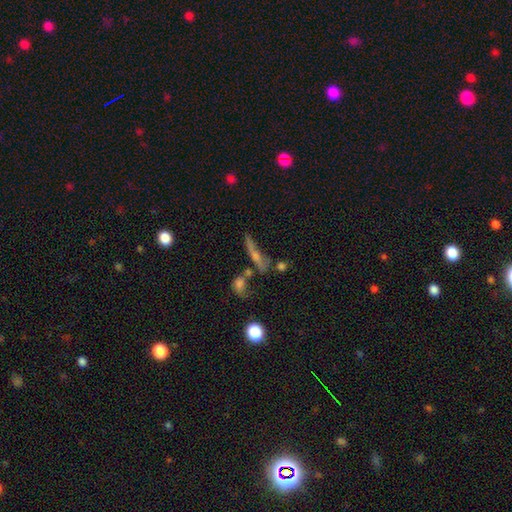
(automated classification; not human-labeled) Overall: featured or disk (47%; smooth 37%). Merging: none (51%; merger 19%).